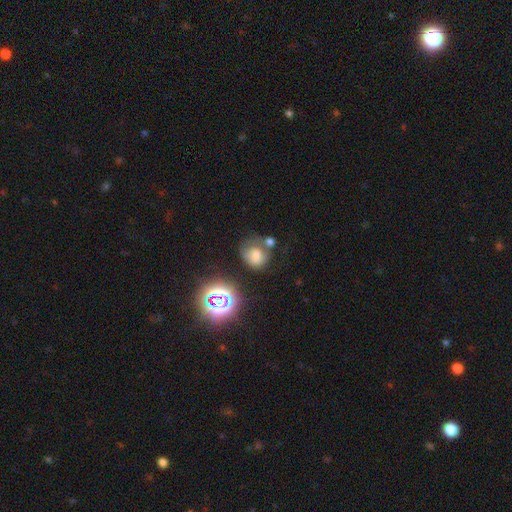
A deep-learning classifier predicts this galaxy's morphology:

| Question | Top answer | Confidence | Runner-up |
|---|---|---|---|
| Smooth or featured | smooth | 61% | star or artifact (21%) |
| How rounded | round | 66% | in between (33%) |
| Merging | none | 44% | minor disturbance (23%) |